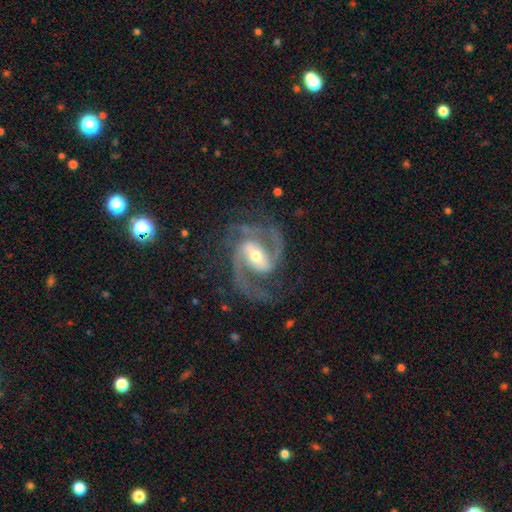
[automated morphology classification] A featured or disk galaxy (93%) with a weak bar (42%), 2 (78%) medium (63%) spiral arms (98%) and a moderate central bulge (62%). Merging: none (74%).